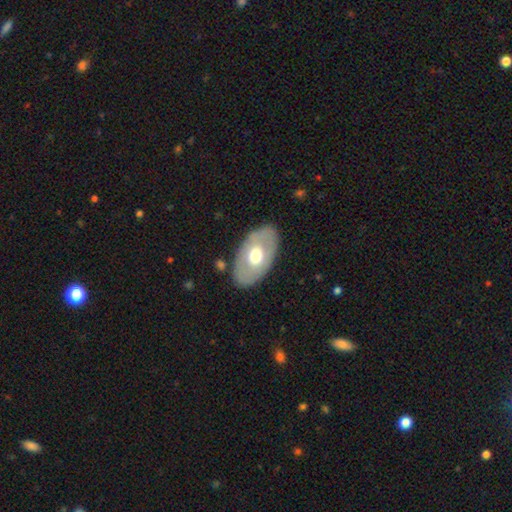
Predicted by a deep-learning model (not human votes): smooth_or_featured: smooth (p=0.53) [alt: featured or disk p=0.42]
how_rounded: in between (p=0.92) [alt: round p=0.07]
merging: none (p=0.83) [alt: minor disturbance p=0.11]